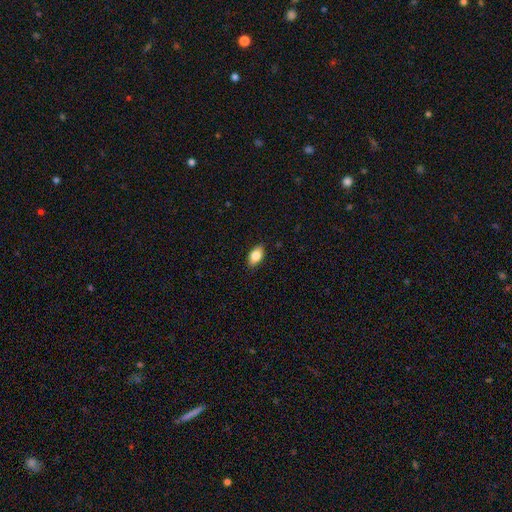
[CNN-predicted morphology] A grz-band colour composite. It shows a smooth galaxy with no disk features (82%) that is in between round and cigar-shaped (89%). Merging: none (86%).